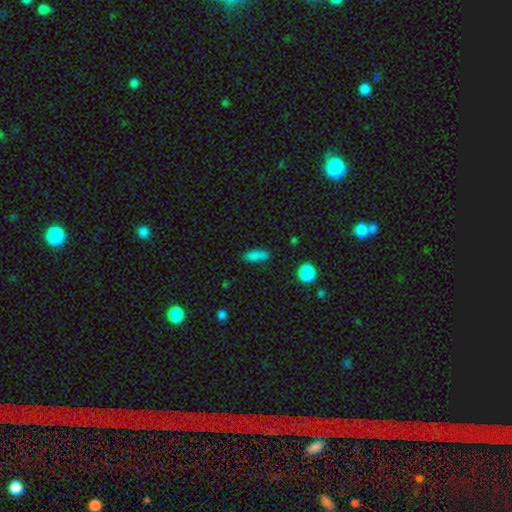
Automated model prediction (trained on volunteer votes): smooth_or_featured: smooth (p=0.85) [alt: star or artifact p=0.10]
how_rounded: in between (p=0.70) [alt: cigar-shaped p=0.27]
merging: none (p=0.81) [alt: minor disturbance p=0.13]